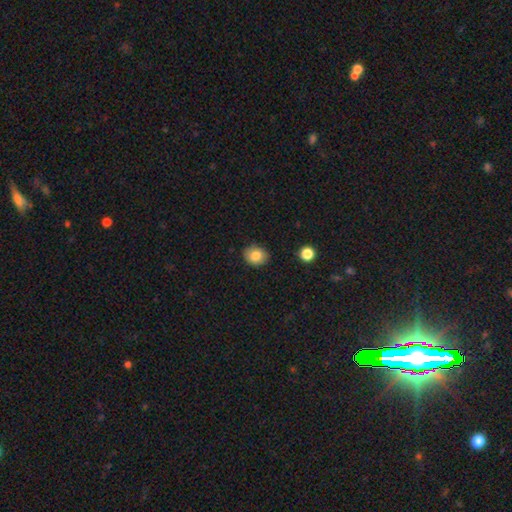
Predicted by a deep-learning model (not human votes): Overall: smooth (81%). How rounded: round (62%; in between 37%). Merging: none (85%).